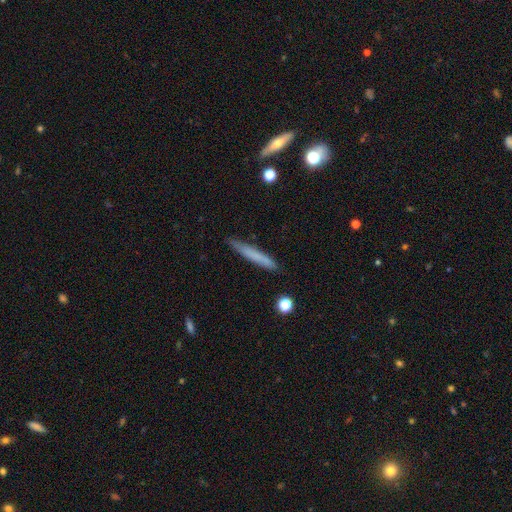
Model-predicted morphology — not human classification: Smooth or featured: smooth — 67% (featured or disk — 26%)
How rounded: cigar-shaped — 96% (in between — 3%)
Merging: none — 84% (minor disturbance — 12%)